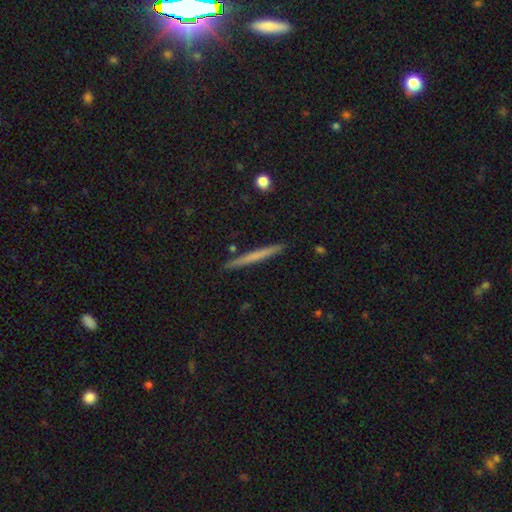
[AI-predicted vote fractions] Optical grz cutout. It shows a smooth galaxy with no disk features (53%) that is cigar-shaped (97%). Merging: none (91%).